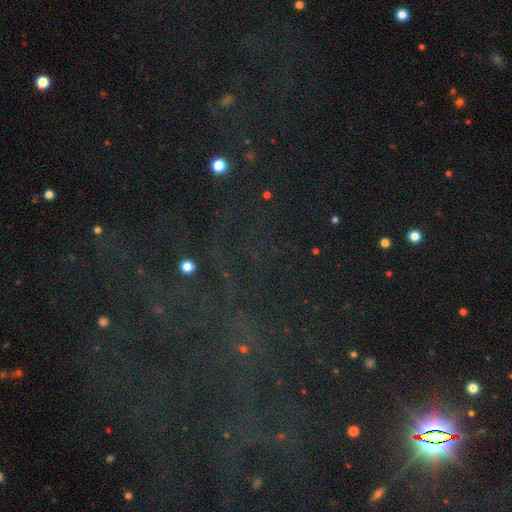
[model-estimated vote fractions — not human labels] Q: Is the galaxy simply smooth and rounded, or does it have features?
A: star or artifact — 79%.